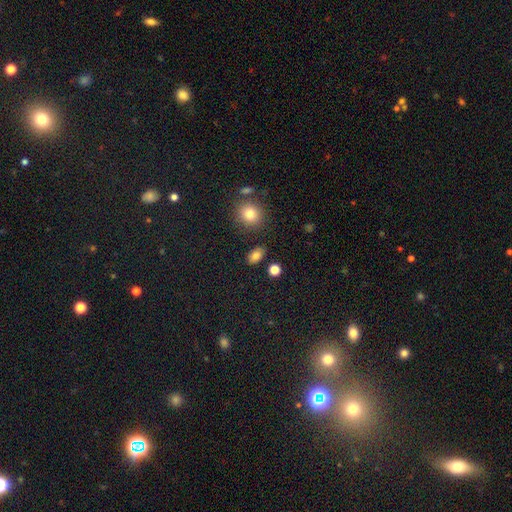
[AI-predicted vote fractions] A smooth galaxy with no disk features (82%) that is in between round and cigar-shaped (84%). Merging: none (85%).